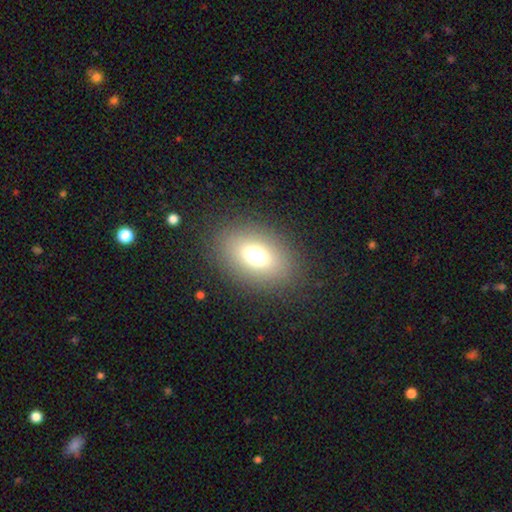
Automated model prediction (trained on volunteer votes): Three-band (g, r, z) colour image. It shows a smooth galaxy with no disk features (71%) that is in between round and cigar-shaped (79%). Merging: none (85%).